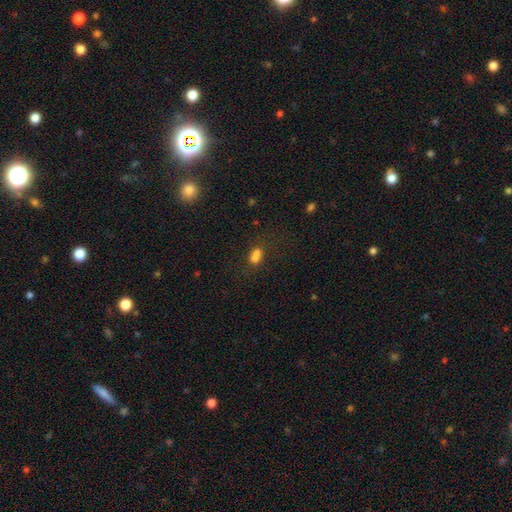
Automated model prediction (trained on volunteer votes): smooth-or-featured: smooth: 74% | star or artifact: 16% | featured or disk: 10%
  how-rounded: in between: 71% | round: 22% | cigar-shaped: 7%
  merging: none: 47% | merger: 29% | minor disturbance: 16% | major disturbance: 8%